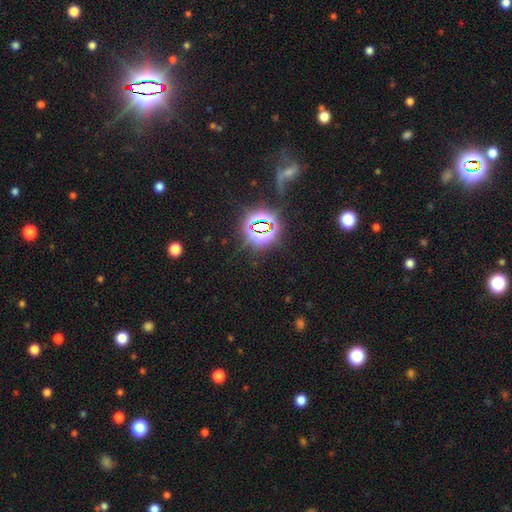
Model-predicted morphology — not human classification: This appears to be a star or artifact, not a galaxy (81%).